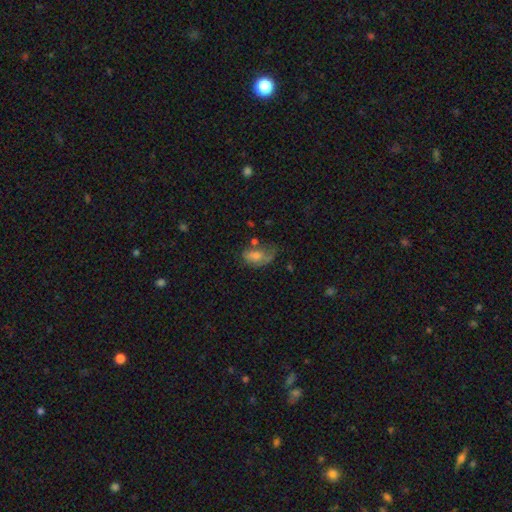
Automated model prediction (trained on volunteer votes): This is possibly a smooth galaxy (56%). How rounded: clearly in between (87%). Merging: marginally none (34%).